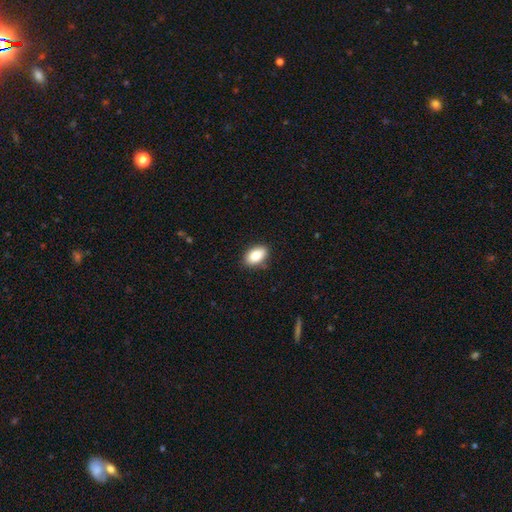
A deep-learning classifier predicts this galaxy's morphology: smooth_or_featured: smooth (p=0.84) [alt: featured or disk p=0.09]
how_rounded: in between (p=0.90) [alt: round p=0.09]
merging: none (p=0.85) [alt: minor disturbance p=0.11]